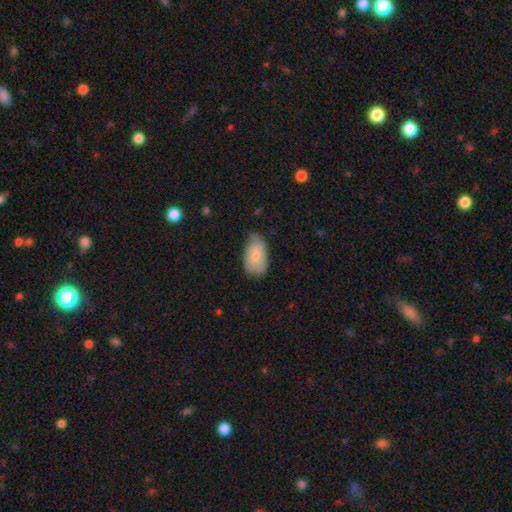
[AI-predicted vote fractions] A smooth galaxy with no disk features (78%) that is in between round and cigar-shaped (94%).

Vote fractions:
- Smooth or featured? smooth: 78% / featured or disk: 16% / star or artifact: 6%
- How rounded? in between: 94% / round: 5% / cigar-shaped: 2%
- Merging? none: 54% / minor disturbance: 37% / major disturbance: 8% / merger: 2%